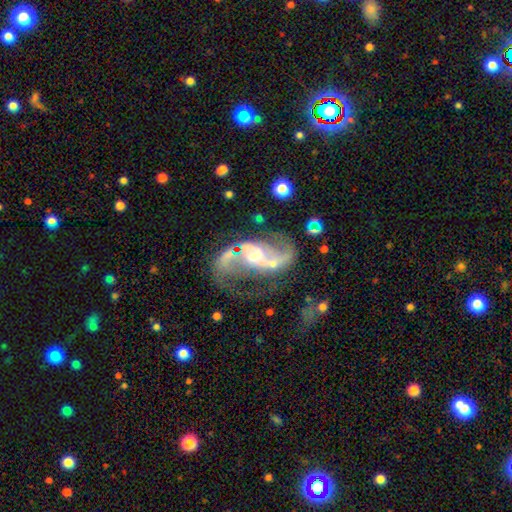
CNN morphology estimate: A featured or disk galaxy (87%) with no bar (43%), 2 (87%) loose (55%) spiral arms (93%) and a moderate central bulge (49%).

Vote fractions:
- Smooth or featured? featured or disk: 87% / star or artifact: 7% / smooth: 6%
- Edge-on disk? no: 97% / yes: 3%
- Bar? no: 43% / weak: 39% / strong: 18%
- Spiral arms? yes: 93% / no: 7%
- Spiral winding? loose: 55% / medium: 37% / tight: 8%
- Spiral arm count? 2: 87% / can't tell: 5% / 1: 4% / 3: 2% / 4: 1% / more than 4: 1%
- Bulge size? moderate: 49% / small: 38% / large: 7% / none: 5% / dominant: 1%
- Merging? none: 47% / major disturbance: 22% / minor disturbance: 17% / merger: 14%